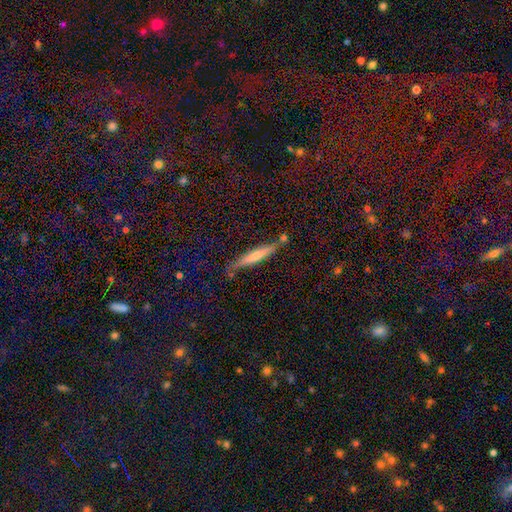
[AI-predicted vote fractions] Smooth or featured: smooth — 45% (featured or disk — 40%)
Merging: none — 81% (minor disturbance — 12%)